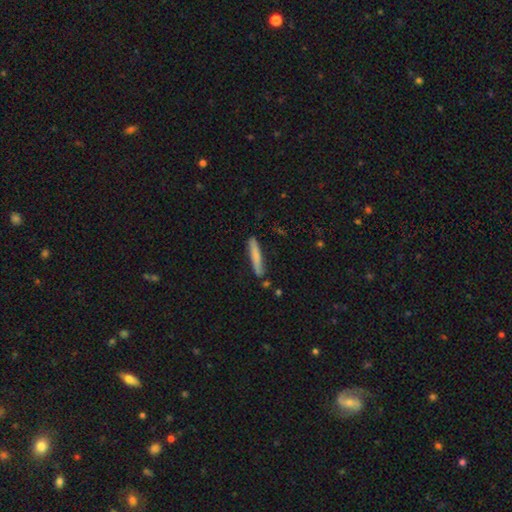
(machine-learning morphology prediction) This is likely a smooth galaxy (76%). How rounded: clearly cigar-shaped (94%). Merging: clearly none (82%).